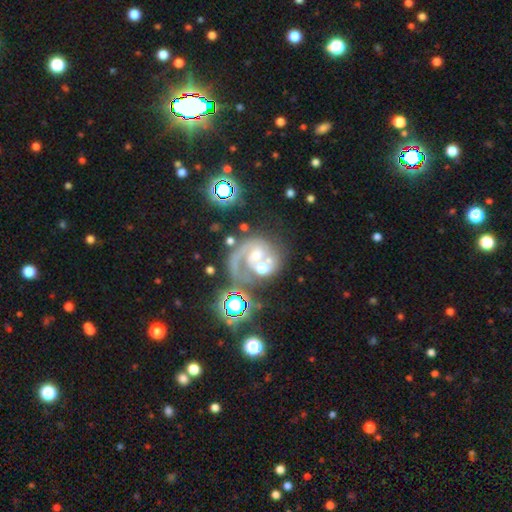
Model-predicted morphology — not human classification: Q: Smooth or featured?
A: featured or disk (71%); runner-up: star or artifact (15%)
Q: Edge-on disk?
A: no (98%); runner-up: yes (2%)
Q: Bar?
A: no (65%); runner-up: weak (27%)
Q: Spiral arms?
A: yes (81%); runner-up: no (19%)
Q: Spiral winding?
A: medium (40%); runner-up: tight (37%)
Q: Spiral arm count?
A: 1 (60%); runner-up: 2 (23%)
Q: Bulge size?
A: moderate (52%); runner-up: small (25%)
Q: Merging?
A: merger (40%); runner-up: none (30%)